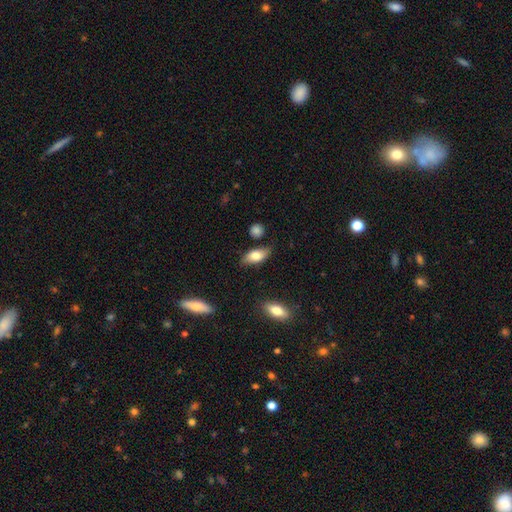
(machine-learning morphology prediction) Smooth or featured? Predicted: smooth (p=0.77). How rounded? Predicted: in between (p=0.86). Merging? Predicted: none (p=0.74).